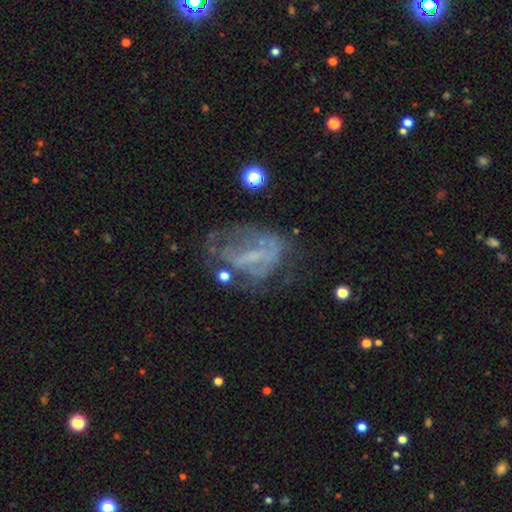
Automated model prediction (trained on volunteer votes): Q: Smooth or featured?
A: featured or disk (59%); runner-up: smooth (23%)
Q: Edge-on disk?
A: no (95%); runner-up: yes (5%)
Q: Bar?
A: no (51%); runner-up: weak (32%)
Q: Spiral arms?
A: no (64%); runner-up: yes (36%)
Q: Bulge size?
A: none (54%); runner-up: small (33%)
Q: Merging?
A: none (39%); runner-up: major disturbance (34%)